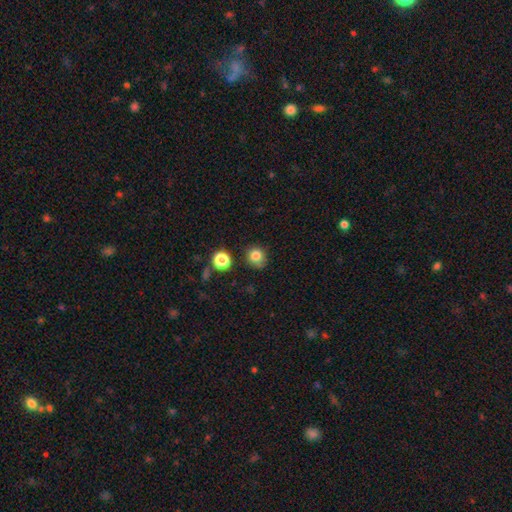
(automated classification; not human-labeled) Overall: smooth (81%). How rounded: round (87%). Merging: none (79%).